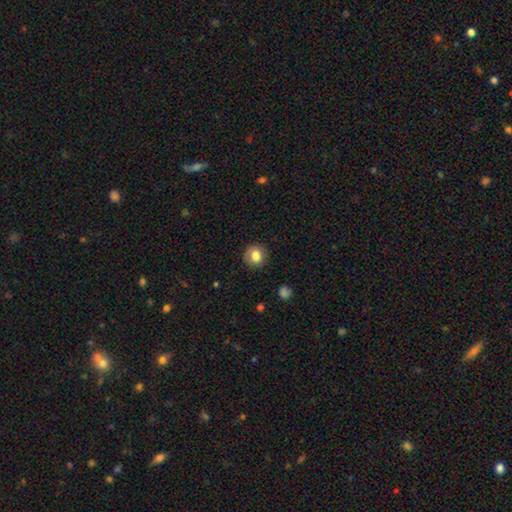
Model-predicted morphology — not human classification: Smooth or featured? smooth (81%)
How rounded? round (90%)
Merging? none (88%)